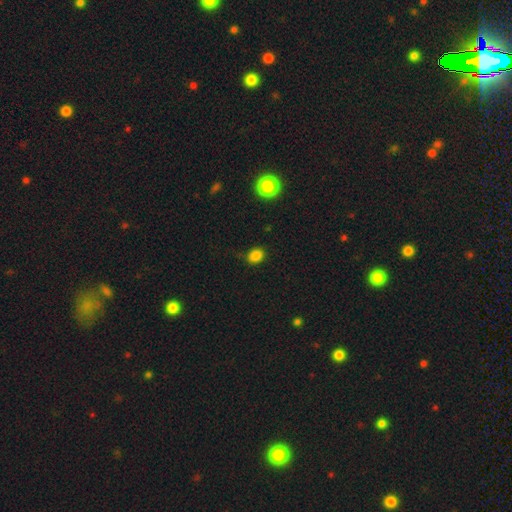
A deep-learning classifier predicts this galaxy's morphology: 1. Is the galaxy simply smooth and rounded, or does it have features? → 84% smooth, 13% star or artifact, 4% featured or disk.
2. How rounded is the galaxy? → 53% in between, 46% round, 1% cigar-shaped.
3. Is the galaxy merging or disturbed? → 80% none, 15% minor disturbance, 3% major disturbance, 2% merger.